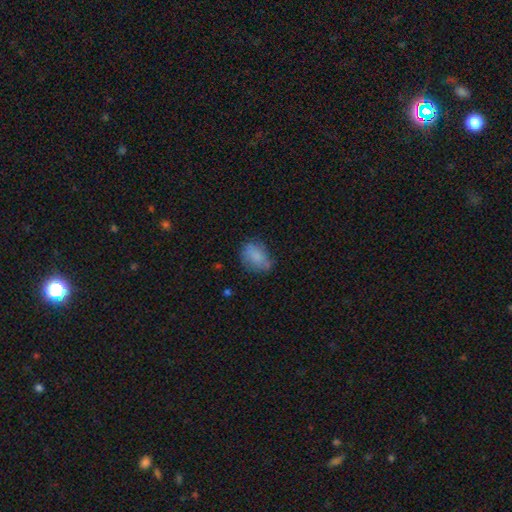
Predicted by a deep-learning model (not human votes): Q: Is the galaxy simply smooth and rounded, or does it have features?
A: smooth — 76%.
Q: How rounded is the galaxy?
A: in between — 75%.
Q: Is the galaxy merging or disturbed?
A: none — 59%.